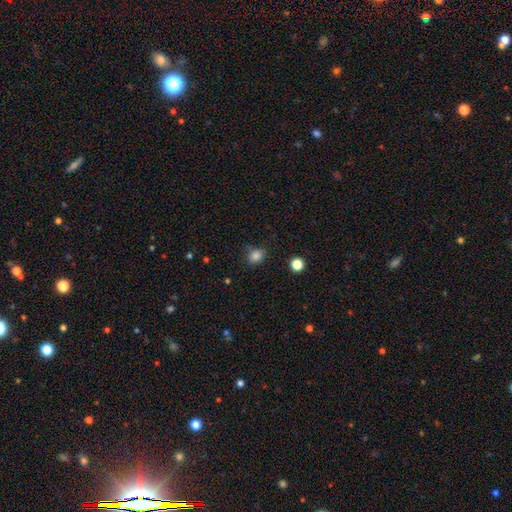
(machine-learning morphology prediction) The model was most divided on "how rounded": round: 57%, in between: 42%, cigar-shaped: 1%. More confident: smooth or featured — smooth (83%); merging — none (74%).